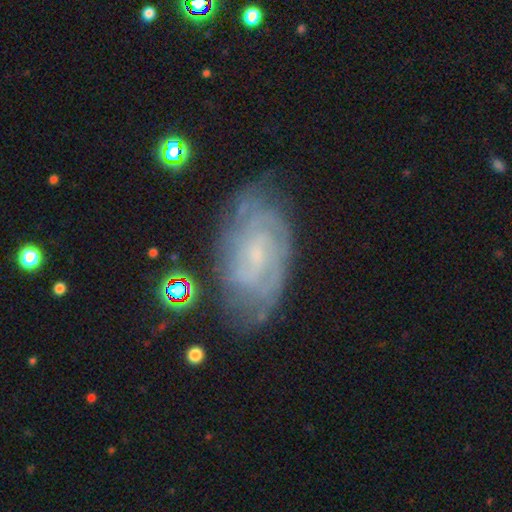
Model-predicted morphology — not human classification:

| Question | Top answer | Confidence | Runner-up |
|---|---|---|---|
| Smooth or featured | featured or disk | 80% | smooth (12%) |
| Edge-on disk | no | 95% | yes (5%) |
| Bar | no | 46% | weak (44%) |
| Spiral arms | yes | 94% | no (6%) |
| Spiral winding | tight | 66% | medium (28%) |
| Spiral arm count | can't tell | 43% | 2 (22%) |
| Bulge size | small | 69% | none (15%) |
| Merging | none | 71% | minor disturbance (19%) |